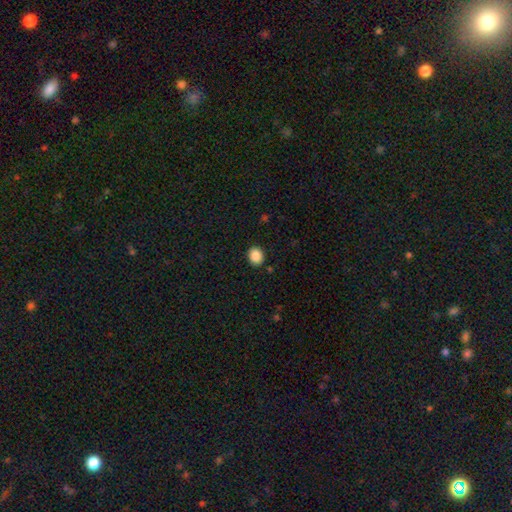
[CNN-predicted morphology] Smooth or featured? Predicted: smooth (p=0.88). How rounded? Predicted: round (p=0.61). Merging? Predicted: none (p=0.90).